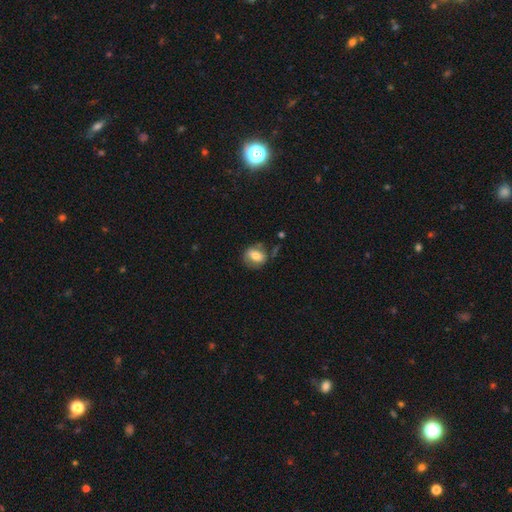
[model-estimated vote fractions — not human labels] Q: Smooth or featured?
A: smooth (71%); runner-up: featured or disk (21%)
Q: How rounded?
A: in between (63%); runner-up: round (36%)
Q: Merging?
A: none (66%); runner-up: minor disturbance (21%)